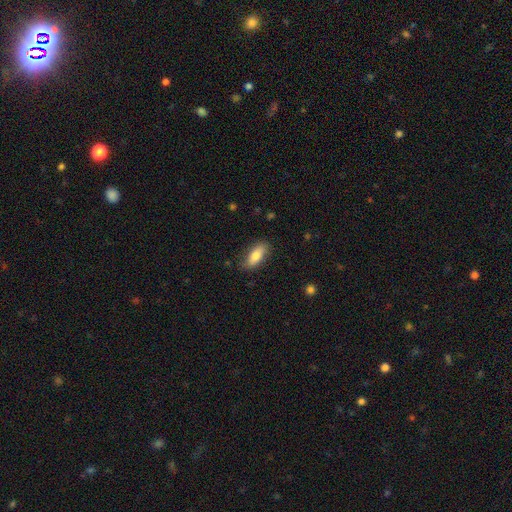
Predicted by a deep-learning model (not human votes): A smooth galaxy with no disk features (79%) that is in between round and cigar-shaped (78%). Merging: none (81%).